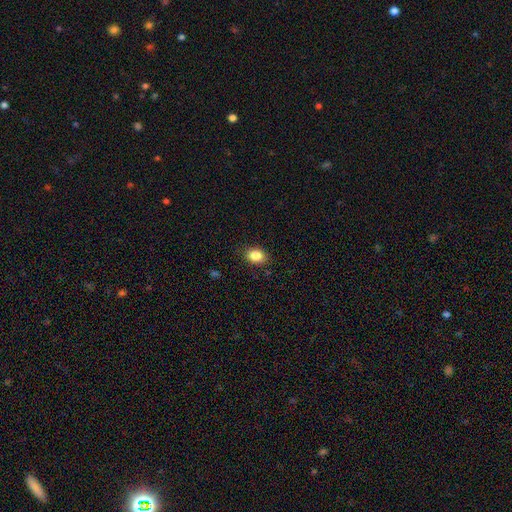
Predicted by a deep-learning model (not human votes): Morphology: type=smooth (86%); roundness=in between (72%); merging=none (86%).